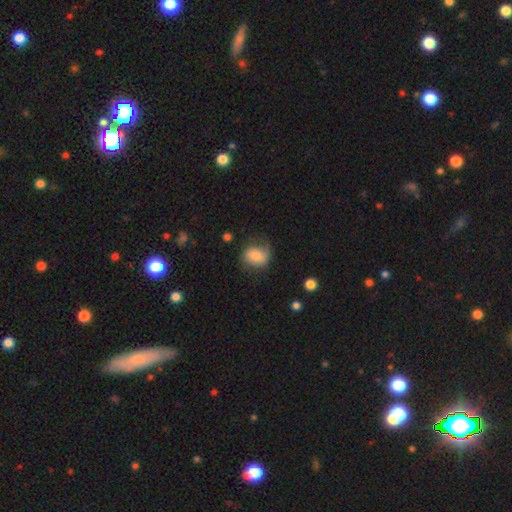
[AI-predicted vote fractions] smooth-or-featured: smooth: 67% | featured or disk: 25% | star or artifact: 8%
  how-rounded: in between: 51% | round: 48% | cigar-shaped: 1%
  merging: none: 57% | minor disturbance: 26% | major disturbance: 15% | merger: 2%